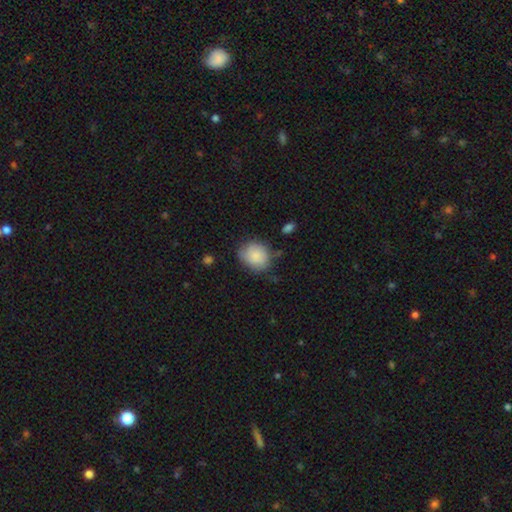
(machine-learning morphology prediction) Overall: smooth (84%). How rounded: round (62%; in between 37%). Merging: none (68%).